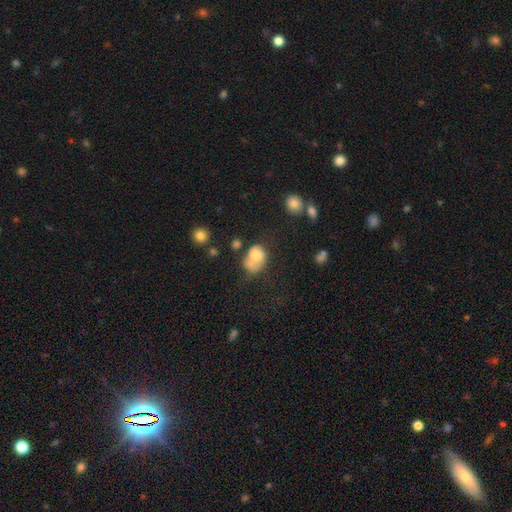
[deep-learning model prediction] This is likely a smooth galaxy (69%). How rounded: possibly in between (59%). Merging: marginally none (29%).